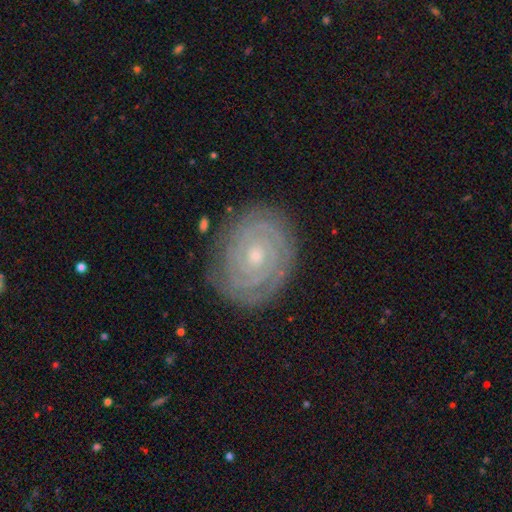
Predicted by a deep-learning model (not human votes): smooth_or_featured: featured or disk (p=0.87) [alt: smooth p=0.07]
disk_edge_on: no (p=0.97) [alt: yes p=0.03]
bar: no (p=0.75) [alt: weak p=0.19]
has_spiral_arms: yes (p=0.98) [alt: no p=0.02]
spiral_winding: tight (p=0.89) [alt: medium p=0.10]
spiral_arm_count: 2 (p=0.48) [alt: can't tell p=0.18]
bulge_size: small (p=0.66) [alt: moderate p=0.31]
merging: none (p=0.84) [alt: minor disturbance p=0.11]